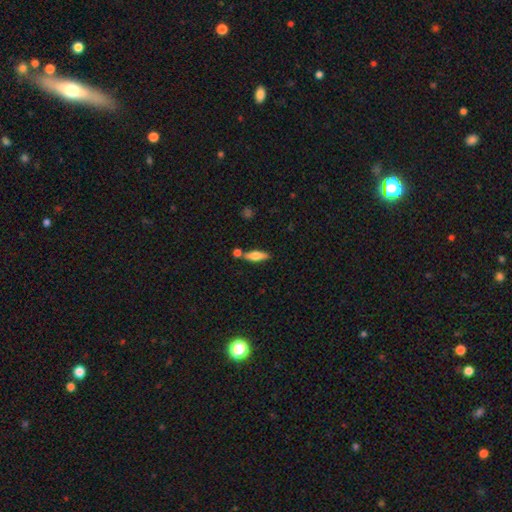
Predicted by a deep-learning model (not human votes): smooth_or_featured: smooth (p=0.62) [alt: featured or disk p=0.31]
how_rounded: in between (p=0.51) [alt: cigar-shaped p=0.47]
merging: none (p=0.71) [alt: merger p=0.14]